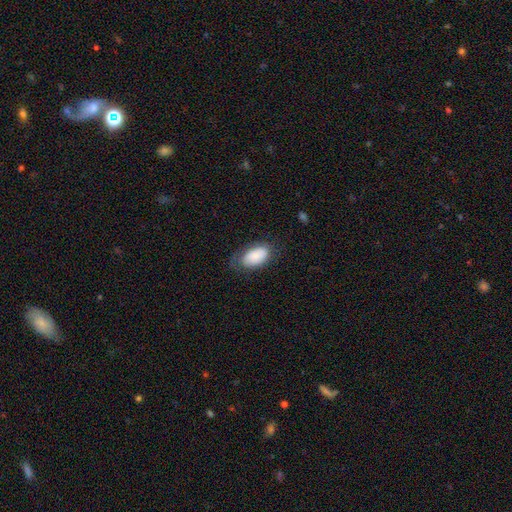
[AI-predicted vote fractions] smooth 81%, featured or disk 12%, star or artifact 7%. Down the decision tree: how rounded — in between (94%); merging — none (65%).